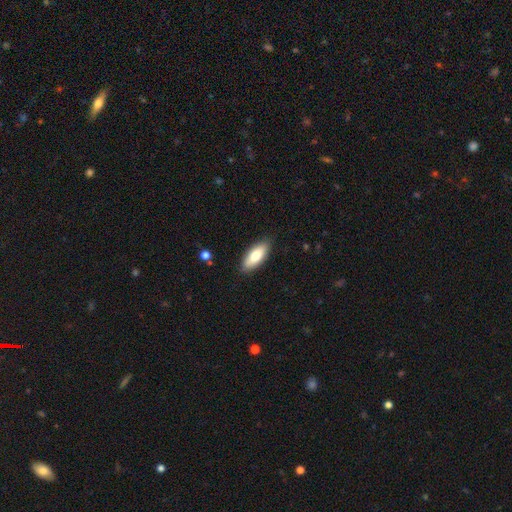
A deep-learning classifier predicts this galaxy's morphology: This appears to be a smooth galaxy with no disk features (78%) that is in between round and cigar-shaped (78%). Merging: none (86%).